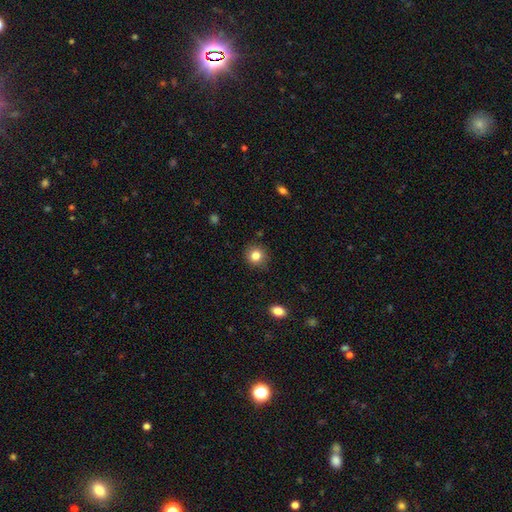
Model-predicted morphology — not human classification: Smooth or featured: smooth — 83% (star or artifact — 11%)
How rounded: round — 87% (in between — 13%)
Merging: none — 86% (minor disturbance — 10%)